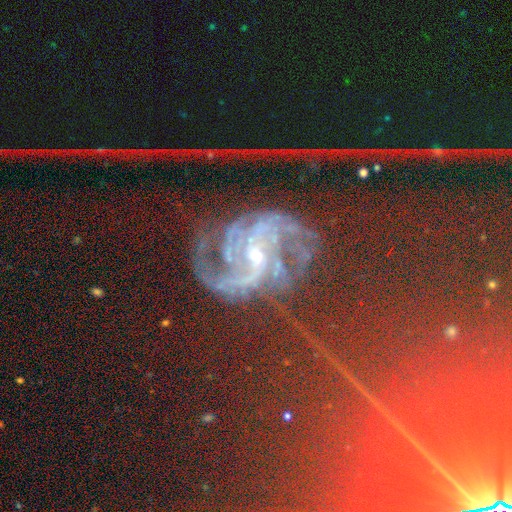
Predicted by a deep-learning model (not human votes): A featured or disk galaxy (69%) with no bar (38%), 2 (42%) medium (45%) spiral arms (94%) and a small central bulge (69%). Merging: none (54%).